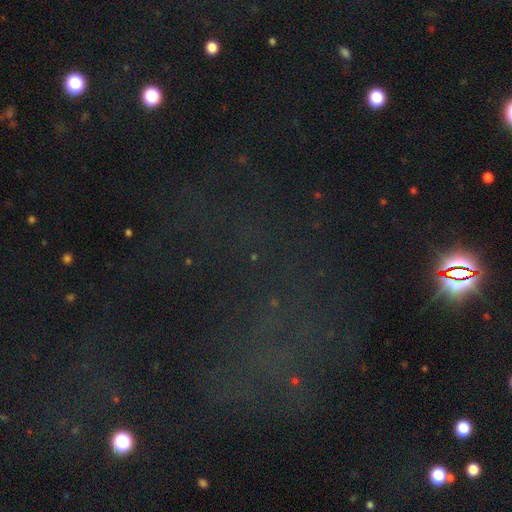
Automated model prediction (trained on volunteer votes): The model was most divided on "smooth or featured": star or artifact: 60%, smooth: 21%, featured or disk: 18%.